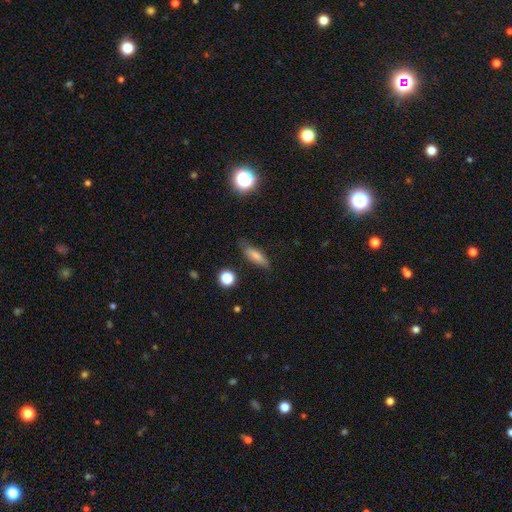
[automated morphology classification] smooth_or_featured: smooth (p=0.74) [alt: featured or disk p=0.16]
how_rounded: cigar-shaped (p=0.53) [alt: in between p=0.44]
merging: none (p=0.75) [alt: minor disturbance p=0.19]